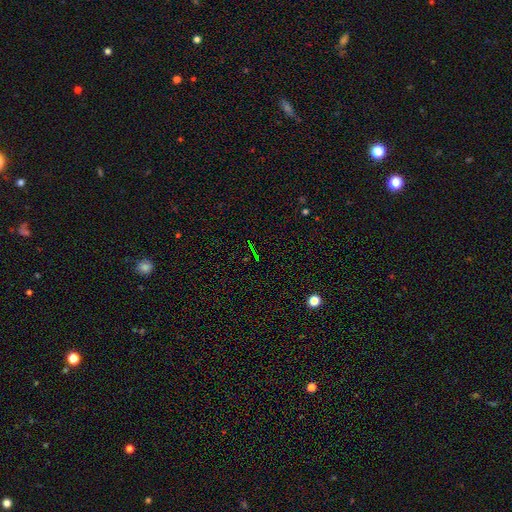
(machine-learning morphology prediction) Smooth or featured: star or artifact — 72% (smooth — 16%)